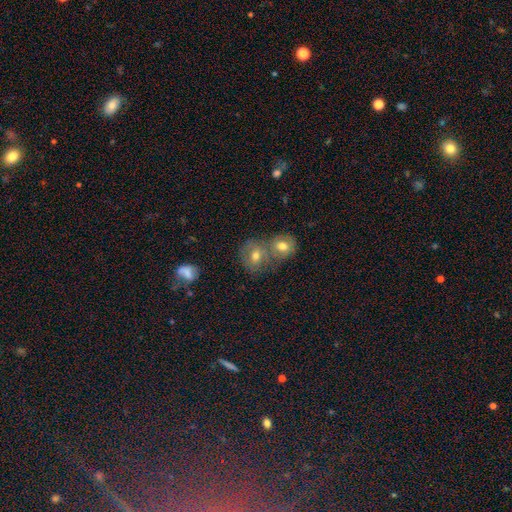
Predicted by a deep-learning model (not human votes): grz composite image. It shows a smooth galaxy with no disk features (66%) that is round (67%). Merging: merger (51%).